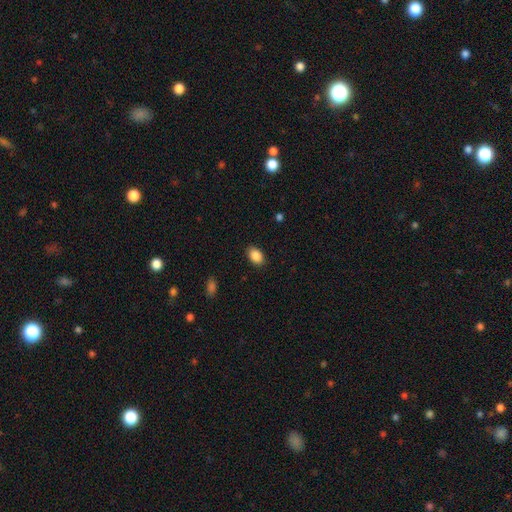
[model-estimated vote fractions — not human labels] Smooth or featured: smooth — 89% (star or artifact — 8%)
How rounded: in between — 86% (round — 12%)
Merging: none — 88% (minor disturbance — 9%)